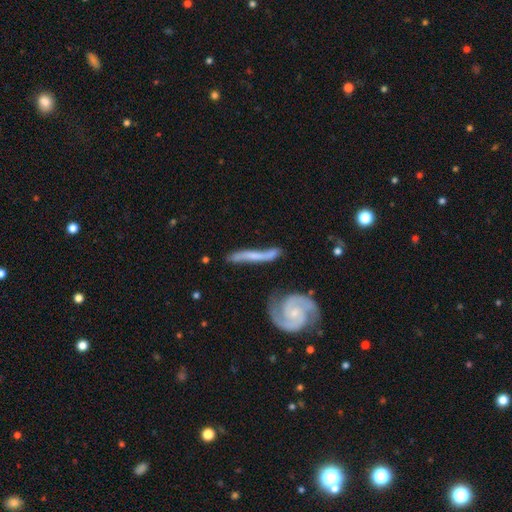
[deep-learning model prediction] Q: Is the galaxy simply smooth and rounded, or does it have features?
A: featured or disk — 73%.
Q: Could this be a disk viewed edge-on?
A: no — 61%.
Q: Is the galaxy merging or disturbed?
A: none — 64%.